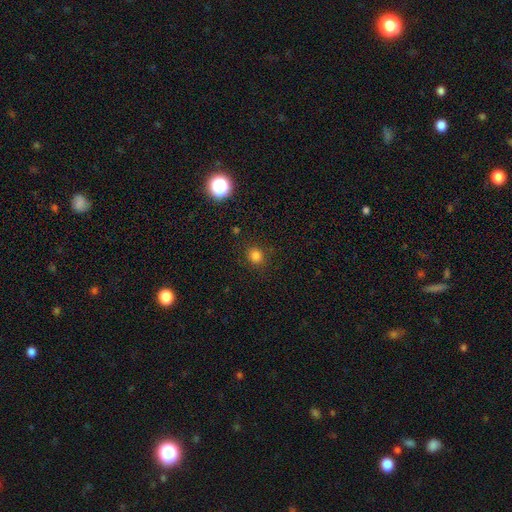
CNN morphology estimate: A smooth galaxy with no disk features (80%) that is round (83%).

Vote fractions:
- Smooth or featured? smooth: 80% / star or artifact: 15% / featured or disk: 5%
- How rounded? round: 83% / in between: 16% / cigar-shaped: 1%
- Merging? none: 88% / minor disturbance: 8% / major disturbance: 3% / merger: 1%